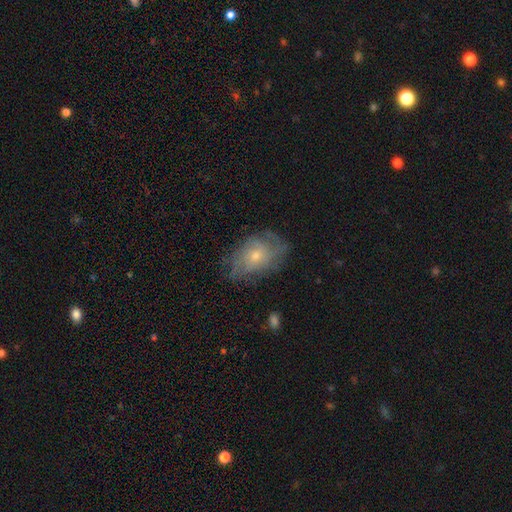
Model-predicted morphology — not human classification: Smooth or featured? featured or disk (57%)
Edge-on disk? no (94%)
Bar? no (82%)
Spiral arms? yes (75%)
Bulge size? small (52%)
Merging? none (68%)